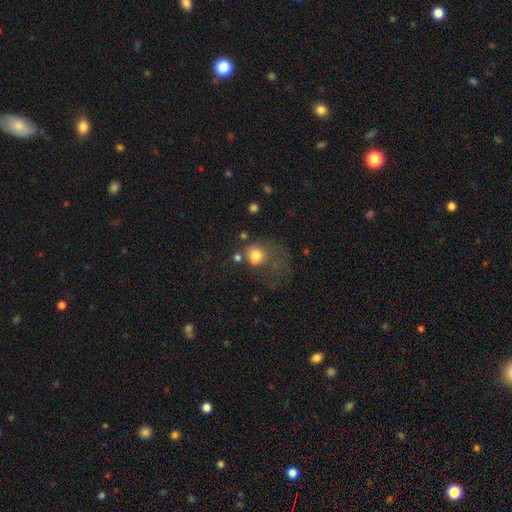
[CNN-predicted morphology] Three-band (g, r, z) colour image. It shows a smooth galaxy with no disk features (74%) that is round (70%). Merging: major disturbance (43%).